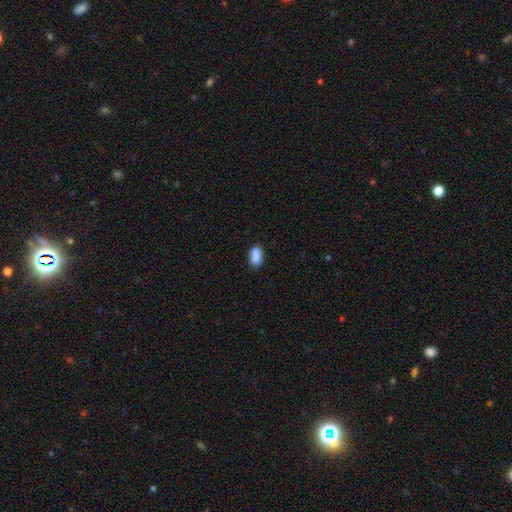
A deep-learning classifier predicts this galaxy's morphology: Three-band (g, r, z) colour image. It shows a smooth galaxy with no disk features (88%) that is in between round and cigar-shaped (90%). Merging: none (83%).